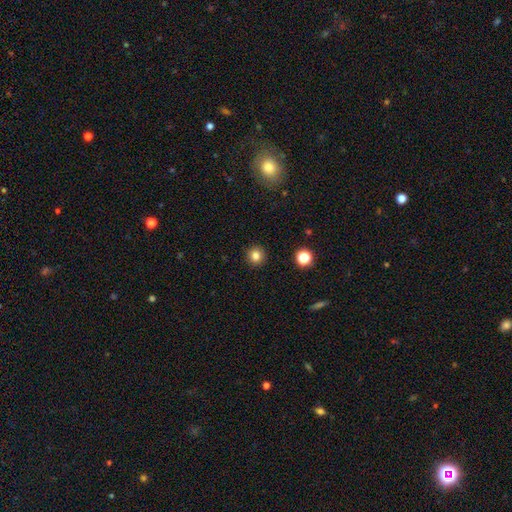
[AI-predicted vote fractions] Overall: smooth (82%). How rounded: round (94%). Merging: none (92%).